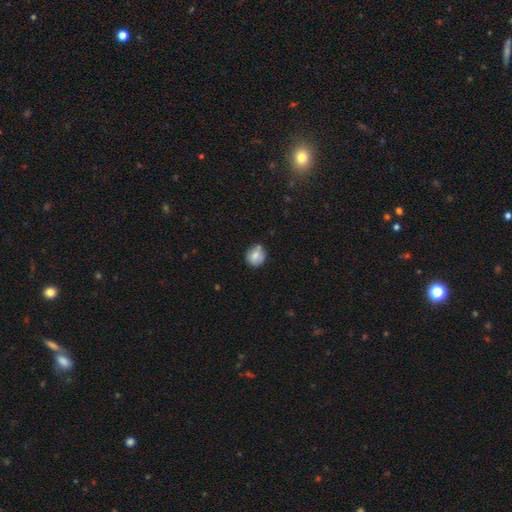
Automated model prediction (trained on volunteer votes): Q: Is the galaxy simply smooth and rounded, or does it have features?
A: smooth — 76%.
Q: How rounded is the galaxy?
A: round — 79%.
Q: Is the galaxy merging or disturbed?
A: none — 69%.